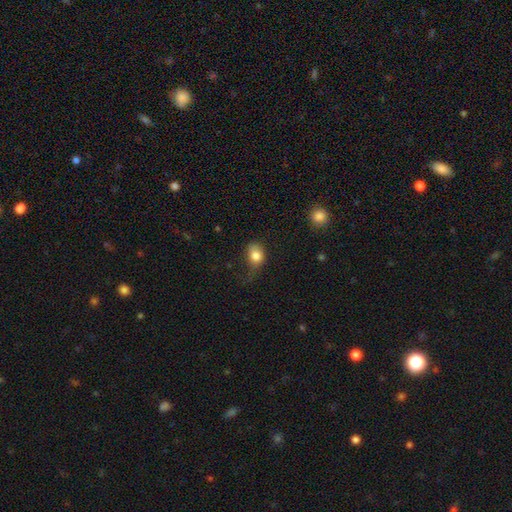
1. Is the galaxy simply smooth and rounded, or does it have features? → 72% smooth, 18% featured or disk, 10% star or artifact.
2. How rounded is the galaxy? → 54% round, 46% in between, 0% cigar-shaped.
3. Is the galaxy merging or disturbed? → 43% minor disturbance, 34% none, 20% major disturbance, 3% merger.